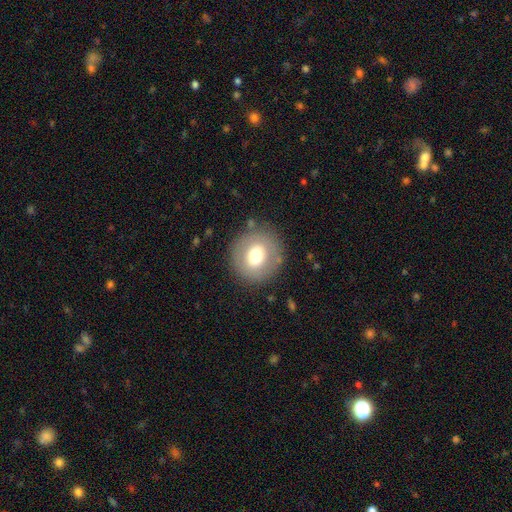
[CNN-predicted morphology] type=smooth (66%); roundness=round (92%); merging=none (85%).